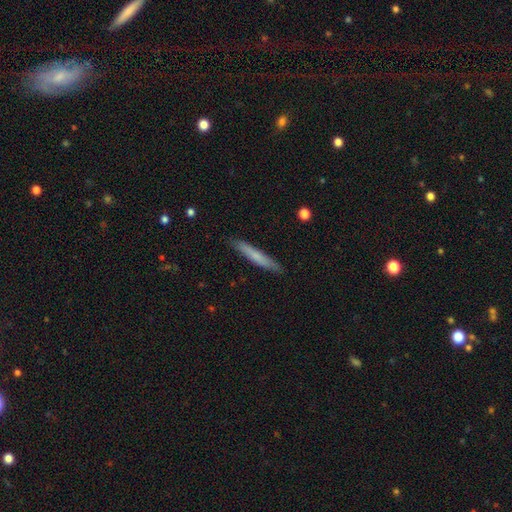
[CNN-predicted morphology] A smooth galaxy with no disk features (67%) that is cigar-shaped (95%).

Vote fractions:
- Smooth or featured? smooth: 67% / featured or disk: 28% / star or artifact: 6%
- How rounded? cigar-shaped: 95% / in between: 4% / round: 1%
- Merging? none: 88% / minor disturbance: 9% / major disturbance: 2% / merger: 1%